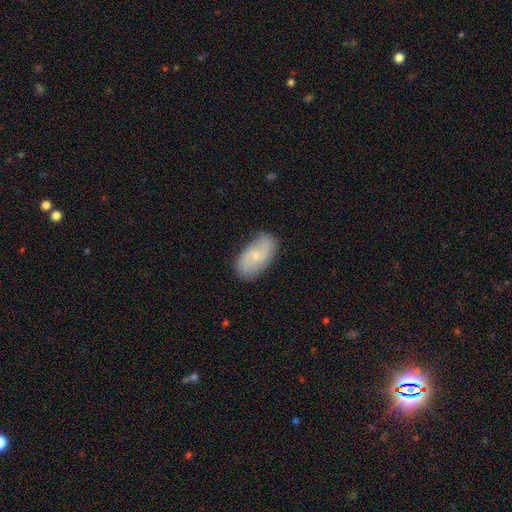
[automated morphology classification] A featured or disk galaxy (54%) with no bar (59%), spiral arms (86%) and a small central bulge (71%).

Vote fractions:
- Smooth or featured? featured or disk: 54% / smooth: 39% / star or artifact: 7%
- Edge-on disk? no: 95% / yes: 5%
- Bar? no: 59% / weak: 36% / strong: 5%
- Spiral arms? yes: 86% / no: 14%
- Bulge size? small: 71% / moderate: 22% / none: 6% / large: 1% / dominant: 1%
- Merging? none: 78% / minor disturbance: 17% / major disturbance: 4% / merger: 1%